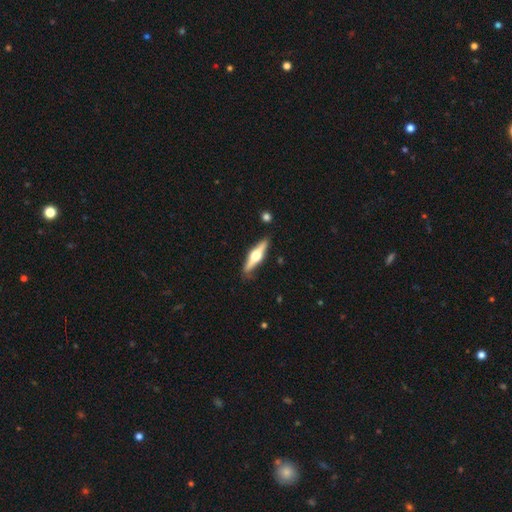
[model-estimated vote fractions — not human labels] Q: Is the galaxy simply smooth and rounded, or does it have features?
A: featured or disk — 72%.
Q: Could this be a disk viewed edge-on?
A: yes — 97%.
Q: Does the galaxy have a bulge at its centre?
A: rounded — 96%.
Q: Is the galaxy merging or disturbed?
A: none — 86%.